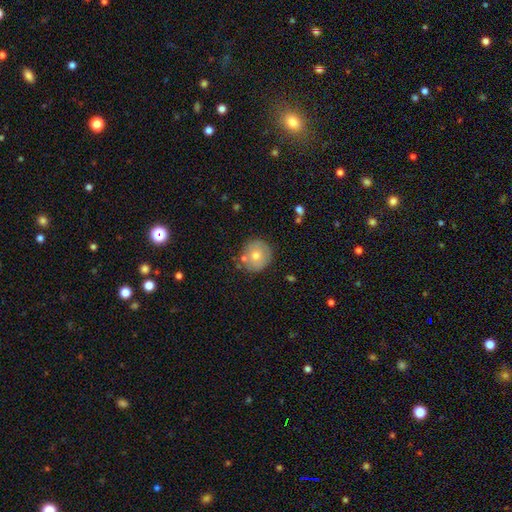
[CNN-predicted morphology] Smooth or featured: smooth — 65% (featured or disk — 25%)
How rounded: round — 90% (in between — 9%)
Merging: none — 78% (minor disturbance — 13%)